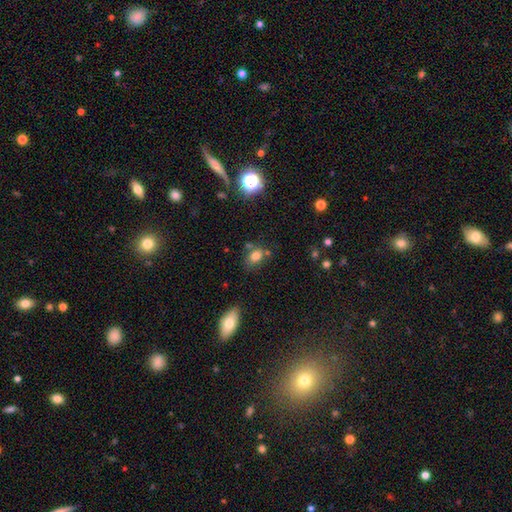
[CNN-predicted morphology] Smooth or featured: smooth — 77% (star or artifact — 14%)
How rounded: in between — 66% (round — 32%)
Merging: none — 62% (minor disturbance — 20%)